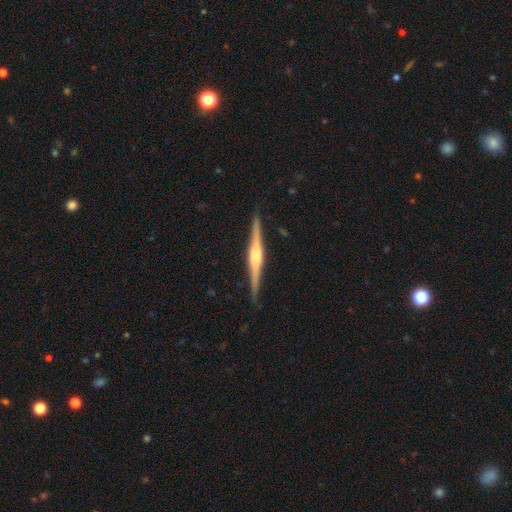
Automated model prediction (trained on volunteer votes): A featured or disk galaxy (81%) viewed edge-on (98%) with a rounded central bulge (64%).

Vote fractions:
- Smooth or featured? featured or disk: 81% / smooth: 14% / star or artifact: 5%
- Edge-on disk? yes: 98% / no: 2%
- Edge-on bulge? rounded: 64% / boxy: 28% / none: 8%
- Merging? none: 90% / minor disturbance: 8% / major disturbance: 1% / merger: 1%